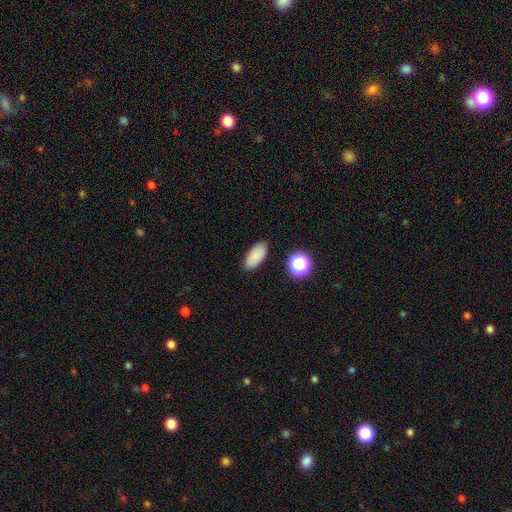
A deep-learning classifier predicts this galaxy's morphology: smooth-or-featured: smooth: 84% | star or artifact: 9% | featured or disk: 7%
  how-rounded: in between: 91% | cigar-shaped: 6% | round: 4%
  merging: none: 86% | minor disturbance: 10% | major disturbance: 2% | merger: 2%